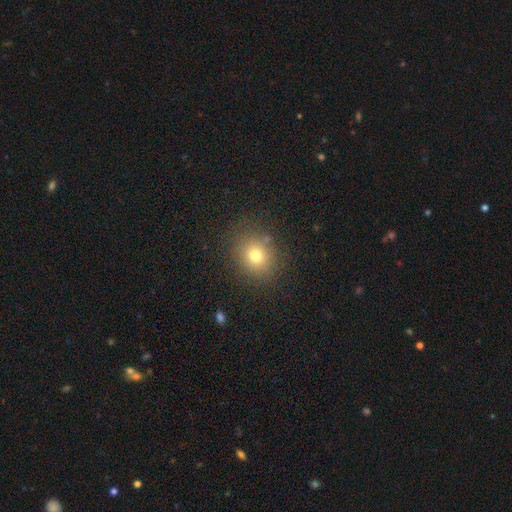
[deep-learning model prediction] Smooth or featured? Predicted: smooth (p=0.76). How rounded? Predicted: round (p=0.66). Merging? Predicted: none (p=0.83).